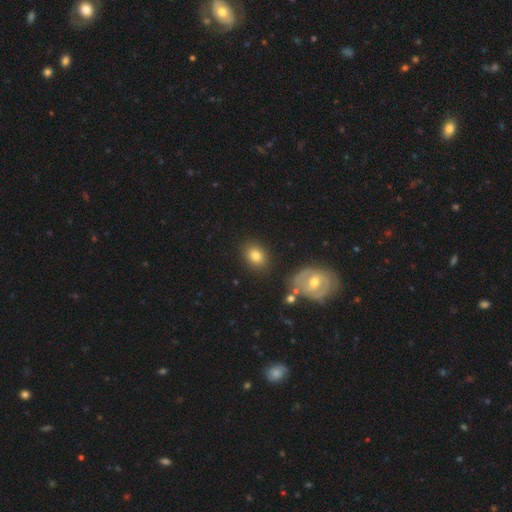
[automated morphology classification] smooth-or-featured: smooth: 79% | featured or disk: 11% | star or artifact: 10%
  how-rounded: in between: 58% | round: 41% | cigar-shaped: 1%
  merging: none: 81% | minor disturbance: 11% | merger: 4% | major disturbance: 3%